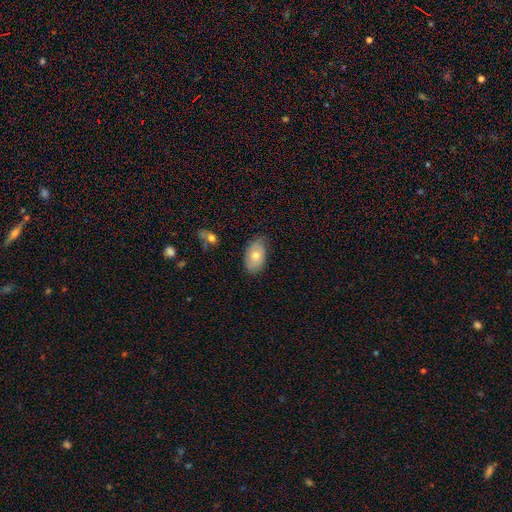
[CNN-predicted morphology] The model was most divided on "smooth or featured": smooth: 62%, featured or disk: 30%, star or artifact: 8%. More confident: how rounded — in between (92%); merging — none (73%).